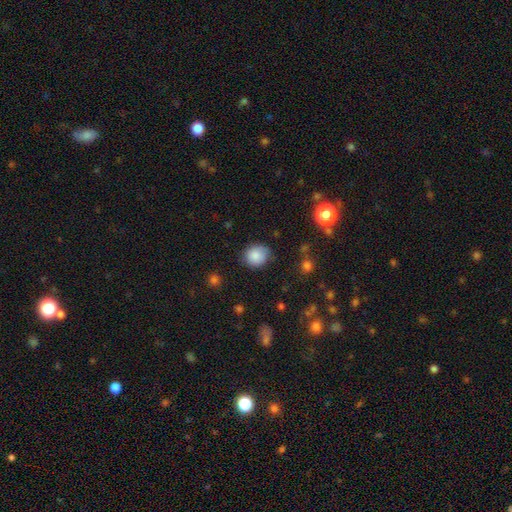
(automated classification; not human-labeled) smooth-or-featured: smooth: 85% | star or artifact: 9% | featured or disk: 6%
  how-rounded: round: 77% | in between: 23% | cigar-shaped: 1%
  merging: none: 76% | minor disturbance: 18% | major disturbance: 4% | merger: 2%